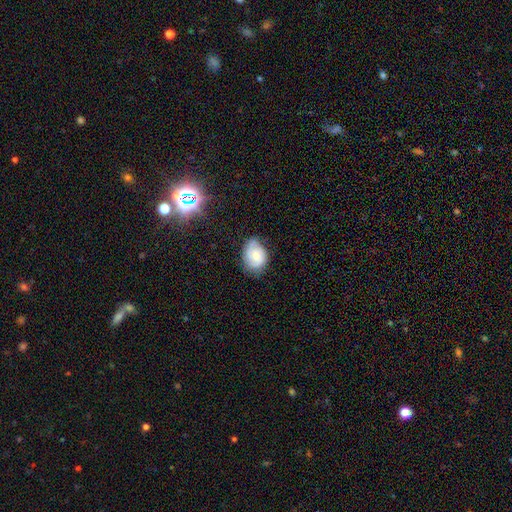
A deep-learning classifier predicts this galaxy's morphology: smooth-or-featured: smooth: 48% | featured or disk: 44% | star or artifact: 8%
  merging: none: 64% | minor disturbance: 28% | major disturbance: 7% | merger: 1%